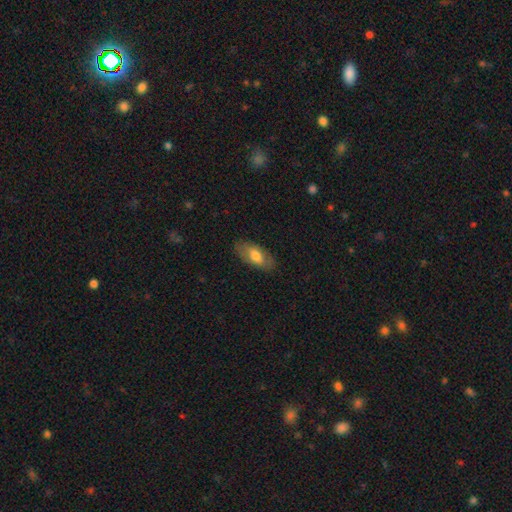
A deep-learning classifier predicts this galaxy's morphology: A smooth galaxy with no disk features (69%) that is in between round and cigar-shaped (88%). Merging: none (82%).